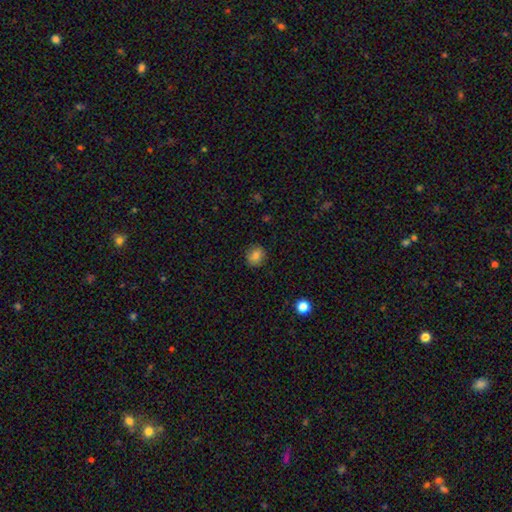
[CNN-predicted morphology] smooth 79%, star or artifact 11%, featured or disk 10%. Down the decision tree: how rounded — round (75%); merging — none (87%).